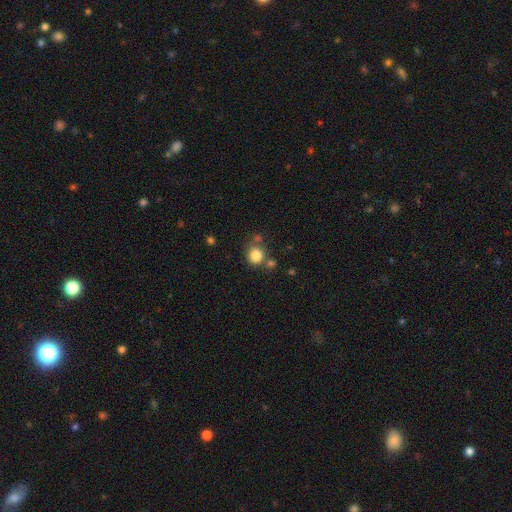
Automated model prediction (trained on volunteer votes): This is clearly a smooth galaxy (82%). How rounded: clearly round (83%). Merging: likely none (68%).